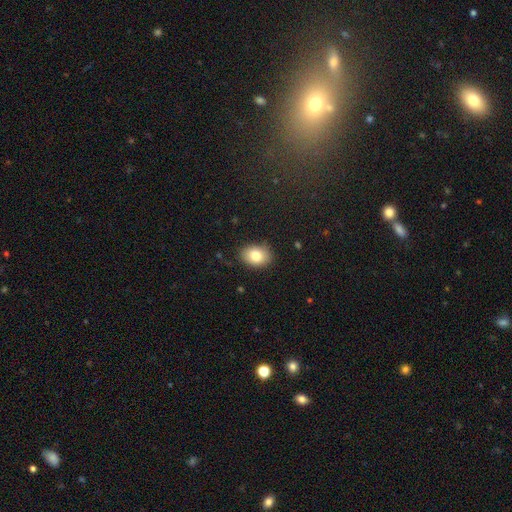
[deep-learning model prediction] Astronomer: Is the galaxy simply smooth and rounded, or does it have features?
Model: smooth — 82%.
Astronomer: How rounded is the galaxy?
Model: in between — 72%.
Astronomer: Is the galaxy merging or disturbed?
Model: none — 84%.